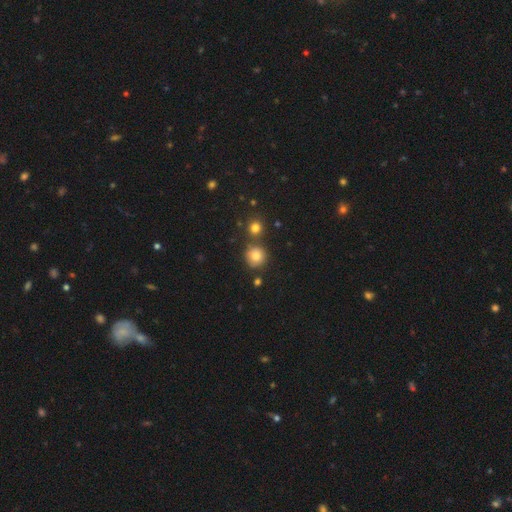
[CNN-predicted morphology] type=smooth (80%); roundness=round (91%); merging=none (76%).